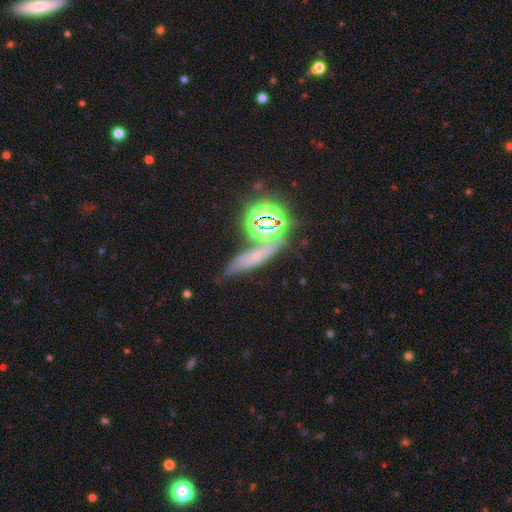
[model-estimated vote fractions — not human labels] The model was most divided on "smooth or featured": smooth: 39%, star or artifact: 38%, featured or disk: 23%. More confident: merging — none (58%).